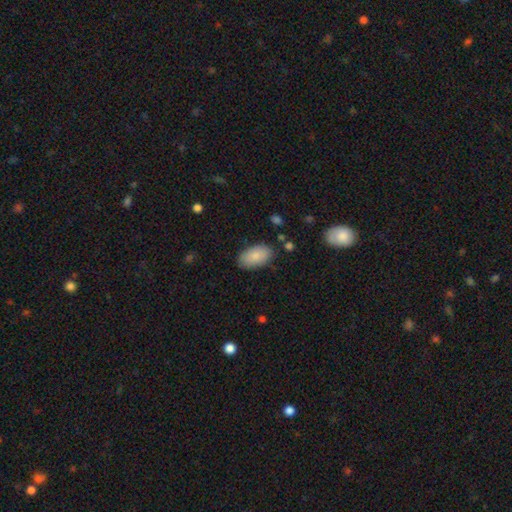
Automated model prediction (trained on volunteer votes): Q: Smooth or featured?
A: smooth (86%); runner-up: featured or disk (8%)
Q: How rounded?
A: in between (95%); runner-up: round (4%)
Q: Merging?
A: none (84%); runner-up: minor disturbance (12%)